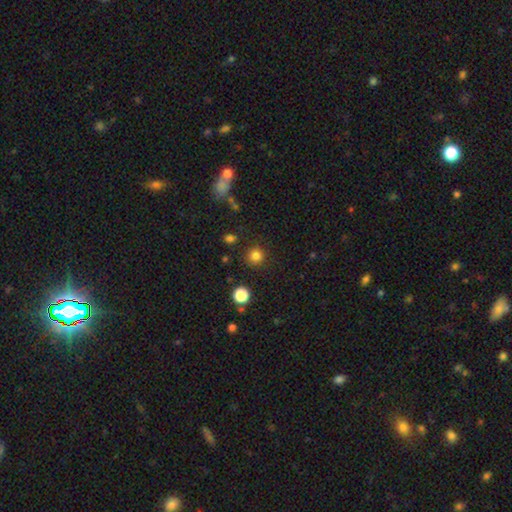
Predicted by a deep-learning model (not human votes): A smooth galaxy with no disk features (81%) that is round (94%).

Vote fractions:
- Smooth or featured? smooth: 81% / star or artifact: 14% / featured or disk: 5%
- How rounded? round: 94% / in between: 5% / cigar-shaped: 1%
- Merging? none: 89% / minor disturbance: 6% / major disturbance: 3% / merger: 2%